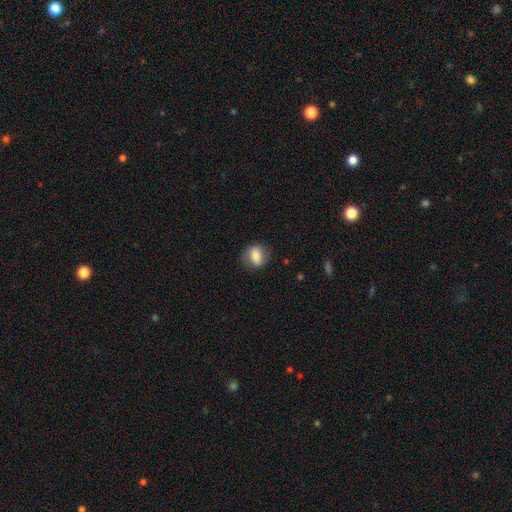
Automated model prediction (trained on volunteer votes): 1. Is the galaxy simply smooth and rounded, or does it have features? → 78% smooth, 15% featured or disk, 8% star or artifact.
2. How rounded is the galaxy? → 58% in between, 41% round, 2% cigar-shaped.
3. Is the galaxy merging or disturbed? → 76% none, 17% minor disturbance, 6% major disturbance, 1% merger.